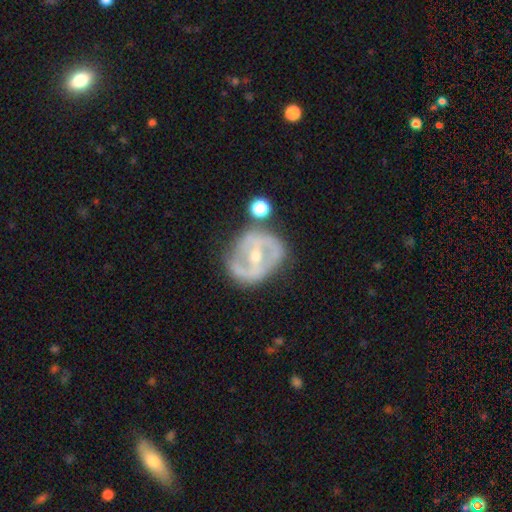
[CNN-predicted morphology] type=featured or disk (78%); edge-on=no (95%); bar=strong (47%); spiral arms=yes (57%); bulge=moderate (56%); merging=none (64%).